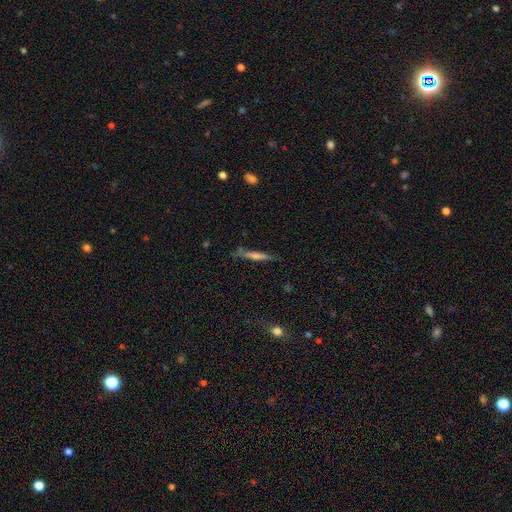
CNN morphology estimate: smooth-or-featured: featured or disk: 58% | smooth: 33% | star or artifact: 9%
  disk-edge-on: yes: 95% | no: 5%
    edge-on-bulge: rounded: 56% | none: 33% | boxy: 11%
  merging: none: 81% | minor disturbance: 13% | major disturbance: 3% | merger: 2%